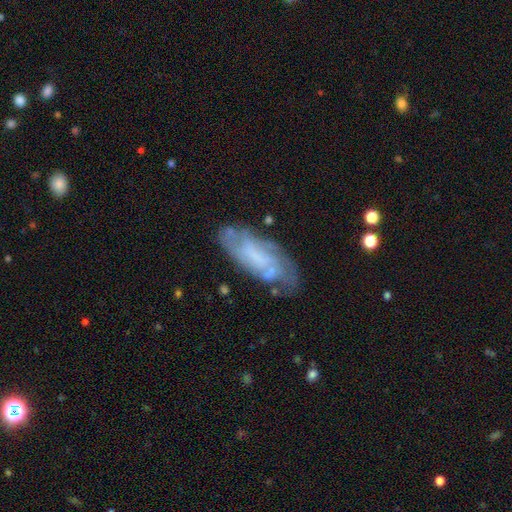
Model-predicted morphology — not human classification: Smooth or featured?
  - featured or disk: 62% *
  - smooth: 30%
  - star or artifact: 8%
Edge-on disk?
  - no: 87% *
  - yes: 13%
Bar?
  - no: 57% *
  - weak: 32%
  - strong: 11%
Spiral arms?
  - yes: 74% *
  - no: 26%
Bulge size?
  - none: 55% *
  - small: 24%
  - moderate: 15%
  - large: 5%
  - dominant: 1%
Merging?
  - none: 67% *
  - minor disturbance: 22%
  - major disturbance: 8%
  - merger: 3%